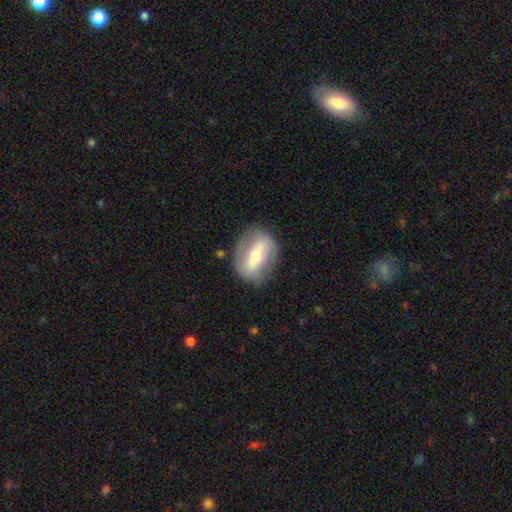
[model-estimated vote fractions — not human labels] Morphology: type=featured or disk (52%); edge-on=no (85%); merging=none (74%).